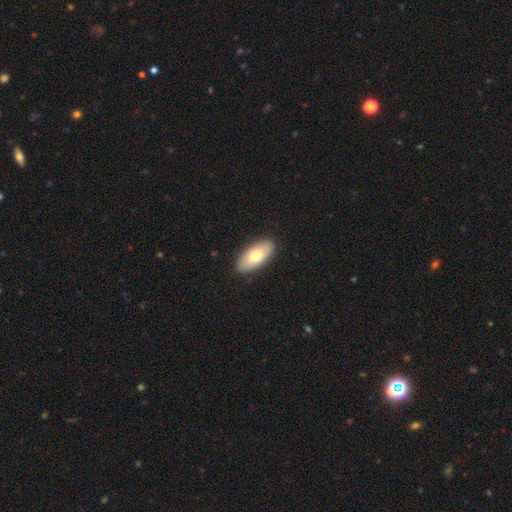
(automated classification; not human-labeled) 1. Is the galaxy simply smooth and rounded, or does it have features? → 71% smooth, 23% featured or disk, 5% star or artifact.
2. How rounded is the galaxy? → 90% in between, 7% cigar-shaped, 3% round.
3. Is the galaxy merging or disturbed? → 90% none, 8% minor disturbance, 2% major disturbance, 1% merger.